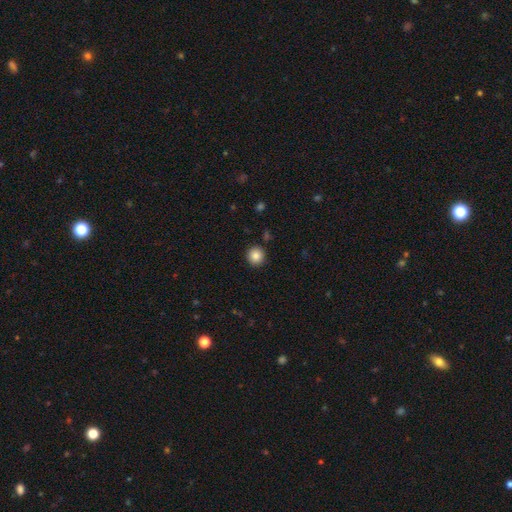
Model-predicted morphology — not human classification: Smooth or featured: smooth — 85% (star or artifact — 10%)
How rounded: round — 94% (in between — 5%)
Merging: none — 91% (minor disturbance — 5%)